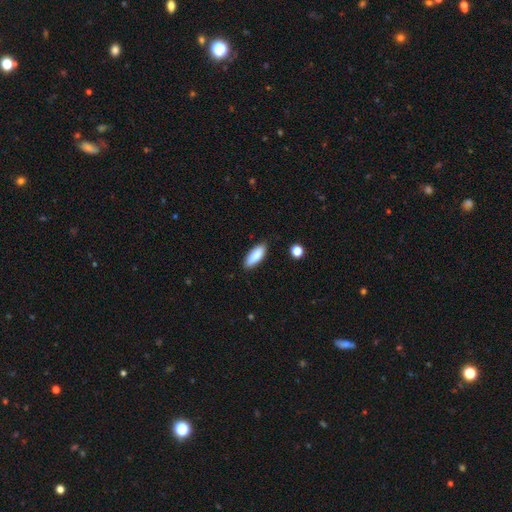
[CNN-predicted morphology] Smooth or featured? smooth (87%)
How rounded? in between (66%)
Merging? none (86%)